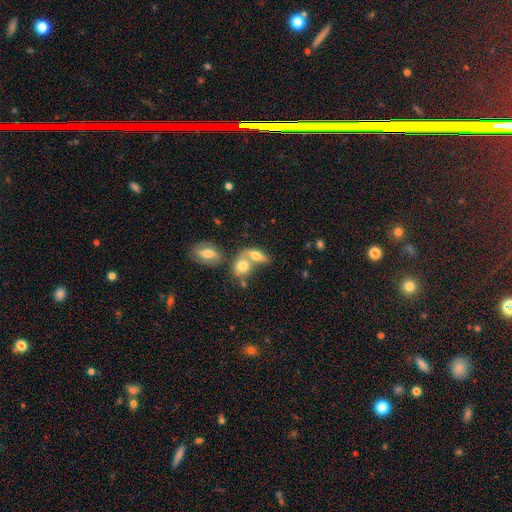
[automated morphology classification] smooth 64%, featured or disk 26%, star or artifact 9%. Down the decision tree: how rounded — in between (68%); merging — merger (51%).